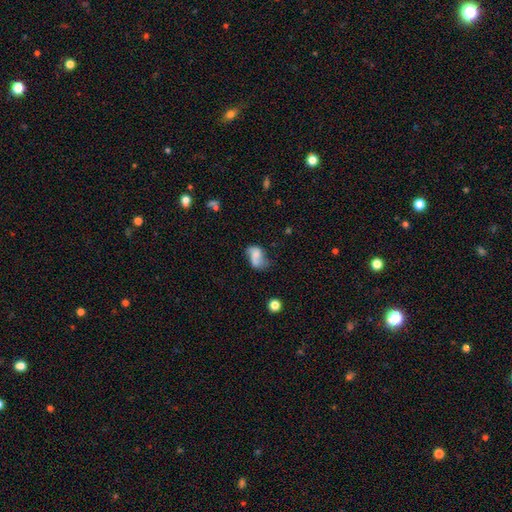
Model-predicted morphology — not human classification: The model was most divided on "merging": none: 32%, minor disturbance: 27%, major disturbance: 23%, merger: 18%. More confident: how rounded — in between (82%); smooth or featured — smooth (55%).